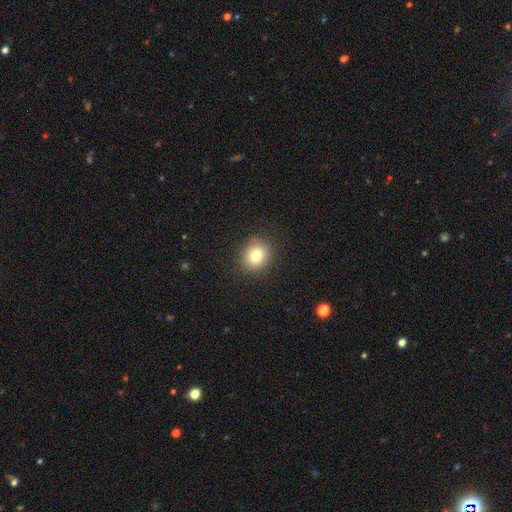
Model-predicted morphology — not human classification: Smooth or featured?
  - smooth: 80% *
  - star or artifact: 11%
  - featured or disk: 10%
How rounded?
  - round: 76% *
  - in between: 23%
  - cigar-shaped: 1%
Merging?
  - none: 87% *
  - minor disturbance: 9%
  - major disturbance: 3%
  - merger: 1%